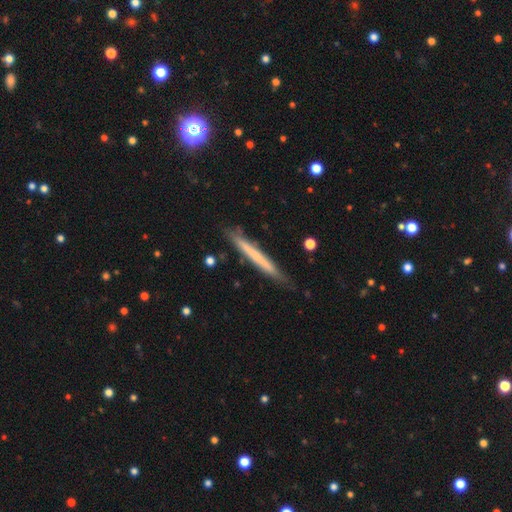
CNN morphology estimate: smooth_or_featured: smooth (p=0.56) [alt: featured or disk p=0.38]
how_rounded: cigar-shaped (p=0.97) [alt: in between p=0.02]
merging: none (p=0.84) [alt: minor disturbance p=0.12]